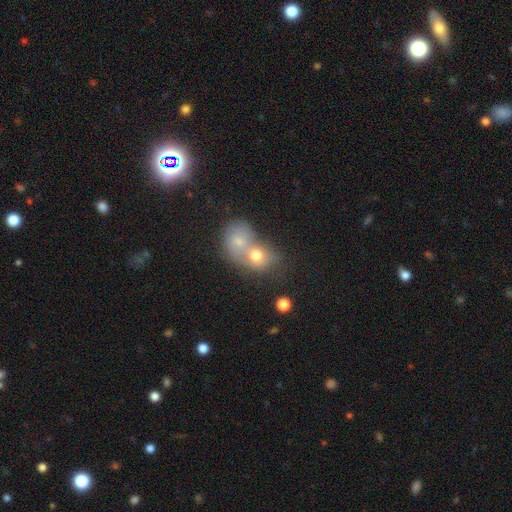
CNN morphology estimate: Smooth or featured? Predicted: smooth (p=0.65). How rounded? Predicted: round (p=0.55). Merging? Predicted: merger (p=0.72).